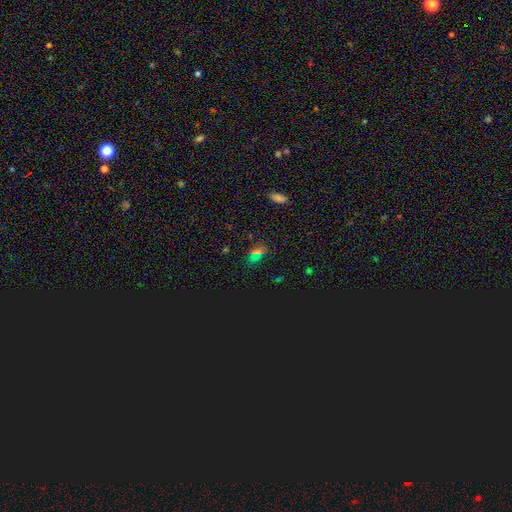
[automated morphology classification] smooth 47%, star or artifact 42%, featured or disk 10%. Down the decision tree: merging — none (77%).